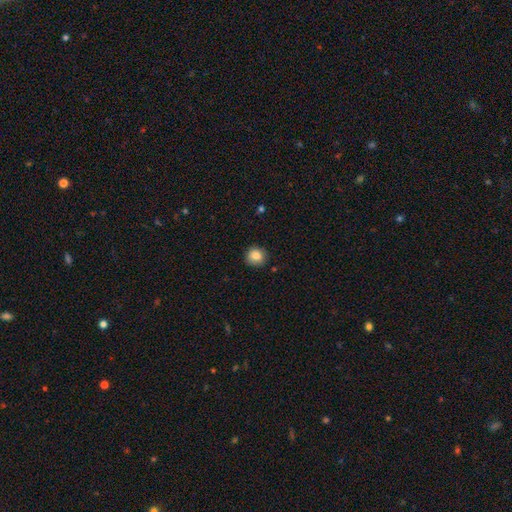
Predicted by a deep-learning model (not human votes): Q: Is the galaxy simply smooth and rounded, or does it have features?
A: smooth — 85%.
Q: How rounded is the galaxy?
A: round — 89%.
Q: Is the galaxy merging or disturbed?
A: none — 86%.